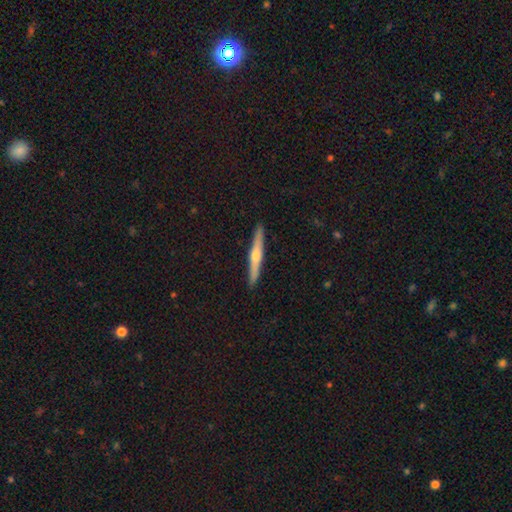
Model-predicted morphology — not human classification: Smooth or featured: featured or disk — 65% (smooth — 30%)
Edge-on disk: yes — 97% (no — 3%)
Edge-on bulge: rounded — 87% (none — 9%)
Merging: none — 92% (minor disturbance — 6%)